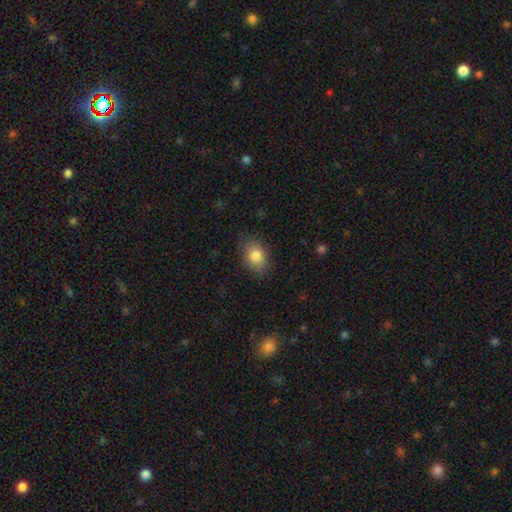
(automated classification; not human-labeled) The model was most divided on "how rounded": in between: 70%, round: 29%, cigar-shaped: 1%. More confident: smooth or featured — smooth (83%); merging — none (82%).